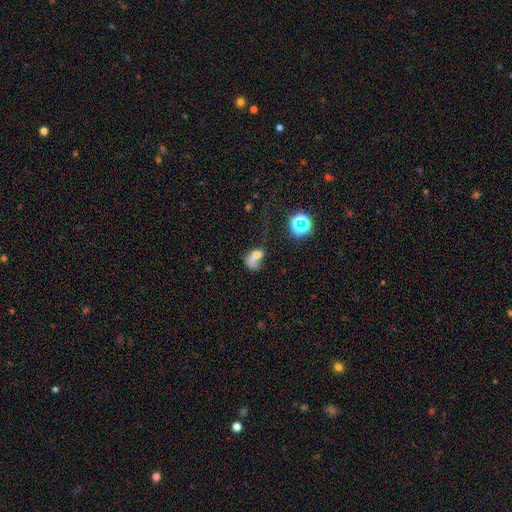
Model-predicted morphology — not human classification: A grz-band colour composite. It shows a smooth galaxy with no disk features (57%) that is in between round and cigar-shaped (63%). Merging: merger (45%).